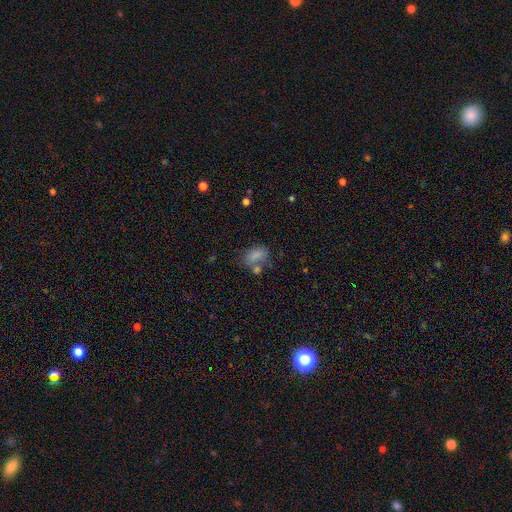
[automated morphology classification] Smooth or featured?
  - smooth: 78% *
  - featured or disk: 11%
  - star or artifact: 11%
How rounded?
  - in between: 84% *
  - round: 13%
  - cigar-shaped: 2%
Merging?
  - none: 47% *
  - merger: 23%
  - minor disturbance: 20%
  - major disturbance: 10%